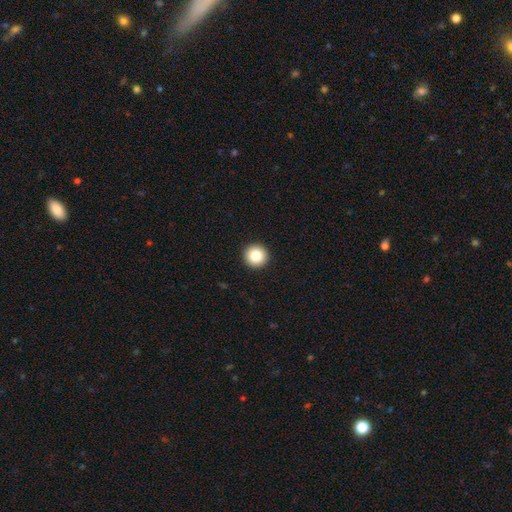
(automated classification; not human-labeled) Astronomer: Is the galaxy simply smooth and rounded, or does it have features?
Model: smooth — 84%.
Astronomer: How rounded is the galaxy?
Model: round — 96%.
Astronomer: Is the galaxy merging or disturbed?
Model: none — 94%.